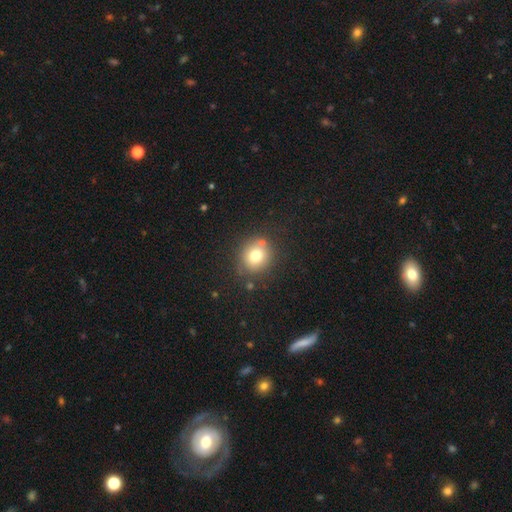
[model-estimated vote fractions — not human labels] This is likely a smooth galaxy (74%). How rounded: clearly round (81%). Merging: likely none (78%).